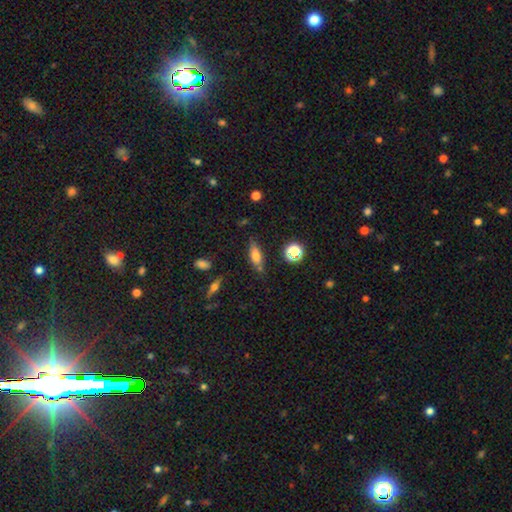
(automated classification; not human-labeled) smooth-or-featured: smooth: 65% | featured or disk: 22% | star or artifact: 13%
  how-rounded: in between: 62% | cigar-shaped: 33% | round: 5%
  merging: none: 68% | minor disturbance: 19% | merger: 8% | major disturbance: 5%